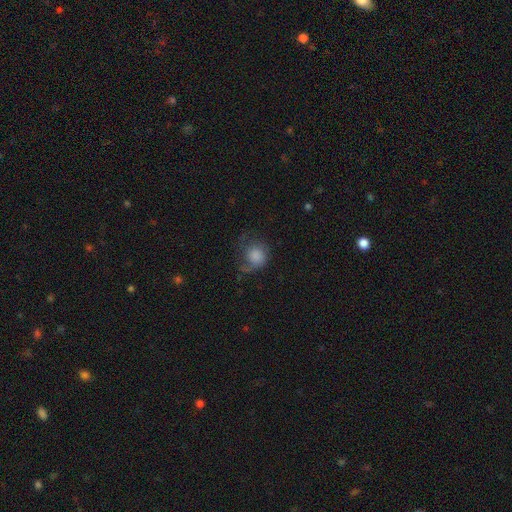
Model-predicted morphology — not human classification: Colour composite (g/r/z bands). It shows a smooth galaxy with no disk features (68%) that is round (77%). Merging: none (40%).